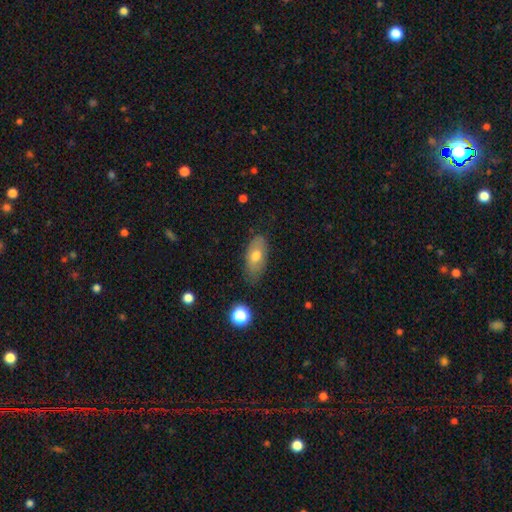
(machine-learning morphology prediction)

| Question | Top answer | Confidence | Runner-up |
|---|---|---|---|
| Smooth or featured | smooth | 68% | featured or disk (24%) |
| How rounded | in between | 88% | cigar-shaped (7%) |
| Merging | none | 74% | minor disturbance (20%) |